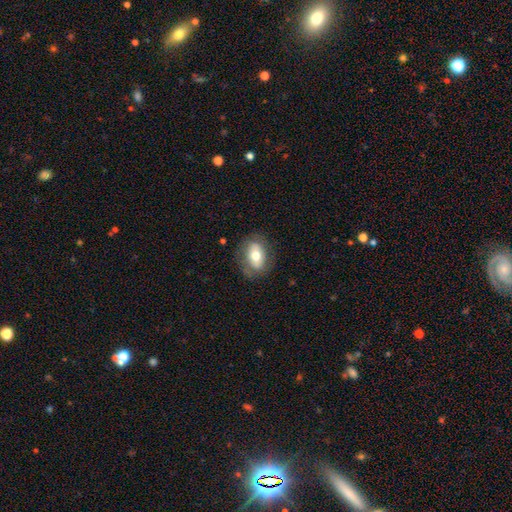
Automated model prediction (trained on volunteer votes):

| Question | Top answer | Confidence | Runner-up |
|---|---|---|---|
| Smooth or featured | smooth | 61% | featured or disk (31%) |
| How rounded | in between | 79% | round (19%) |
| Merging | none | 75% | minor disturbance (17%) |